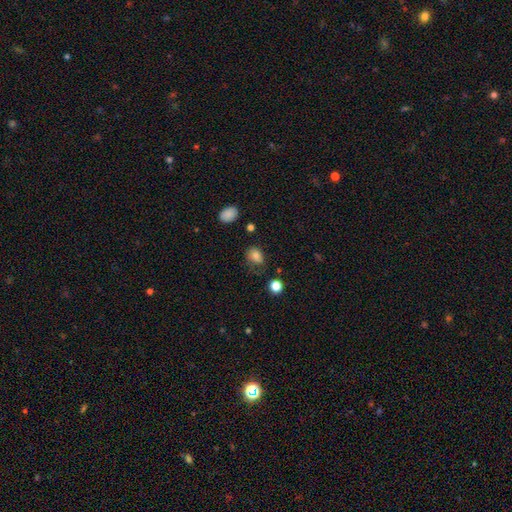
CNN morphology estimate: Smooth or featured? Predicted: smooth (p=0.81). How rounded? Predicted: in between (p=0.59). Merging? Predicted: none (p=0.57).